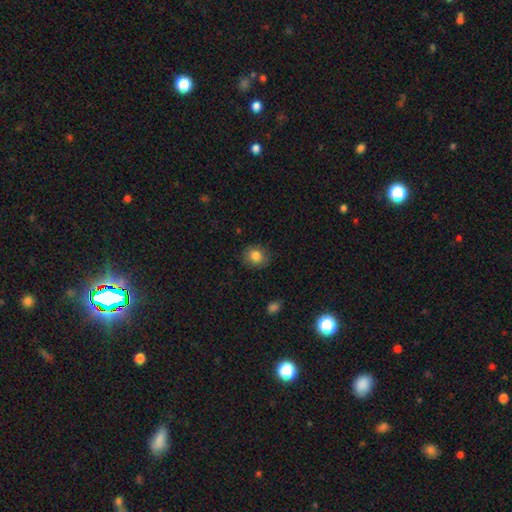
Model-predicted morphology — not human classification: smooth-or-featured: smooth: 83% | star or artifact: 10% | featured or disk: 7%
  how-rounded: round: 76% | in between: 23% | cigar-shaped: 1%
  merging: none: 86% | minor disturbance: 11% | major disturbance: 3% | merger: 1%